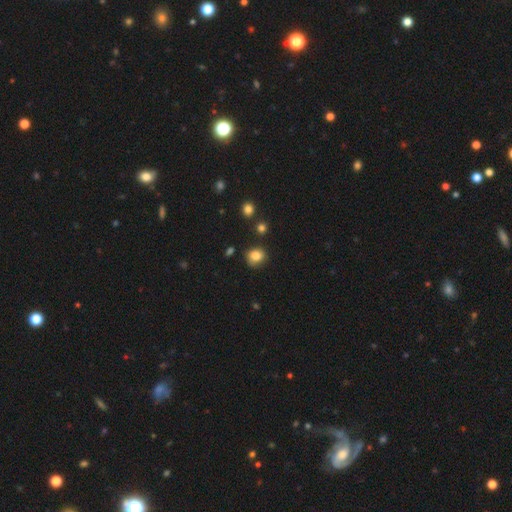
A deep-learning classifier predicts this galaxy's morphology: Smooth or featured? smooth (84%)
How rounded? round (68%)
Merging? none (70%)